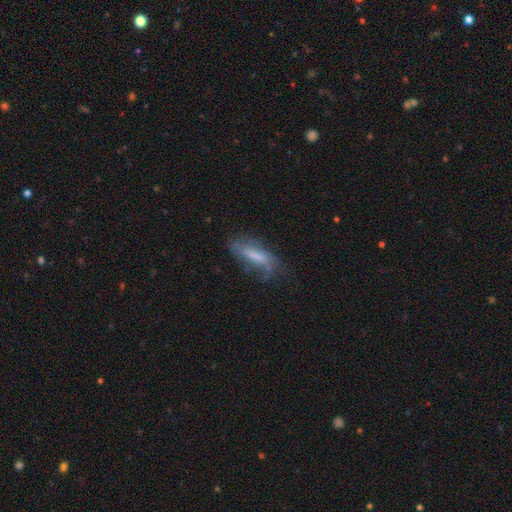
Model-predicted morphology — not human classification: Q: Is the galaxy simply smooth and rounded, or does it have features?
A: smooth — 52%.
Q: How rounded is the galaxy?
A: cigar-shaped — 52%.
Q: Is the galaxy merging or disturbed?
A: none — 50%.